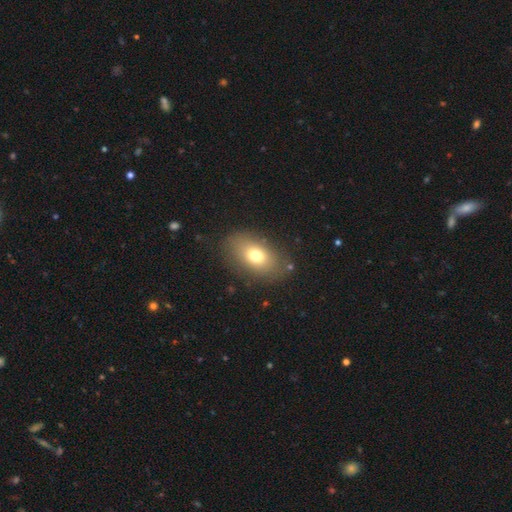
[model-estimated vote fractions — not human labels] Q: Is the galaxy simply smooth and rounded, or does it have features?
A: smooth — 73%.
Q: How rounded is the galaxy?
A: in between — 85%.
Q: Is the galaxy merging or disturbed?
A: none — 81%.